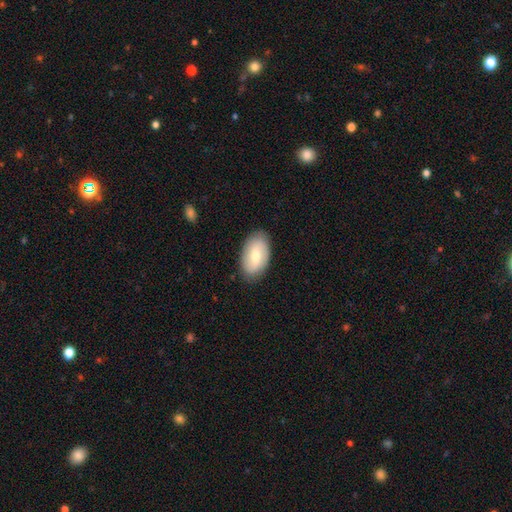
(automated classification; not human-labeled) Q: Smooth or featured?
A: smooth (61%); runner-up: featured or disk (33%)
Q: How rounded?
A: in between (93%); runner-up: round (5%)
Q: Merging?
A: none (85%); runner-up: minor disturbance (12%)